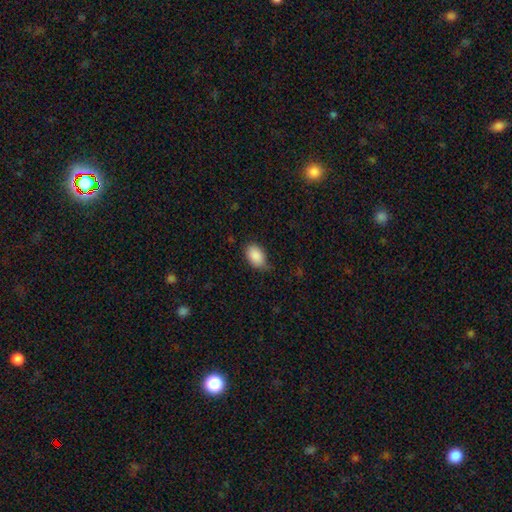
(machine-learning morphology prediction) A smooth galaxy with no disk features (89%) that is in between round and cigar-shaped (89%).

Vote fractions:
- Smooth or featured? smooth: 89% / star or artifact: 7% / featured or disk: 4%
- How rounded? in between: 89% / round: 9% / cigar-shaped: 1%
- Merging? none: 69% / minor disturbance: 25% / major disturbance: 4% / merger: 1%